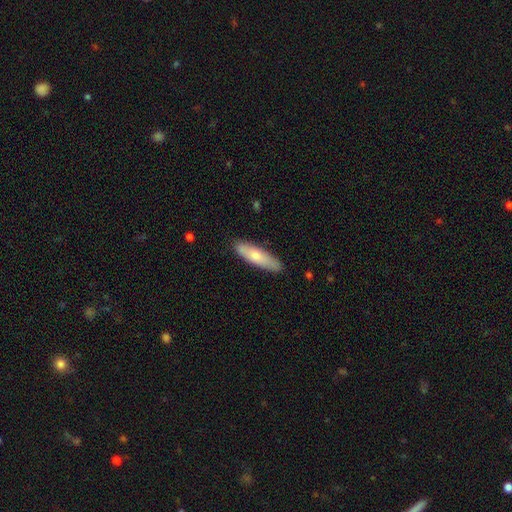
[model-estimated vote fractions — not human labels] Overall: smooth (71%). How rounded: cigar-shaped (61%; in between 37%). Merging: none (84%).